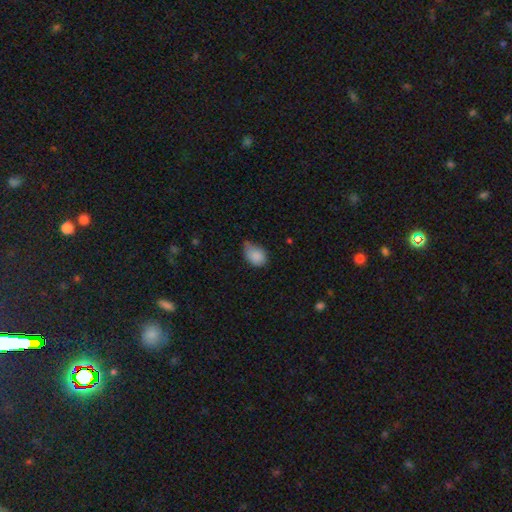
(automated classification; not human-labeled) Overall: smooth (86%). How rounded: in between (72%). Merging: minor disturbance (50%; none 35%).